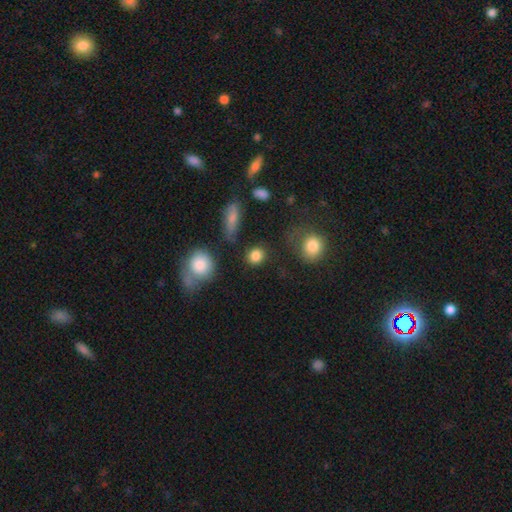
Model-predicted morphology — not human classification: smooth 85%, star or artifact 10%, featured or disk 6%. Down the decision tree: how rounded — round (81%); merging — none (79%).